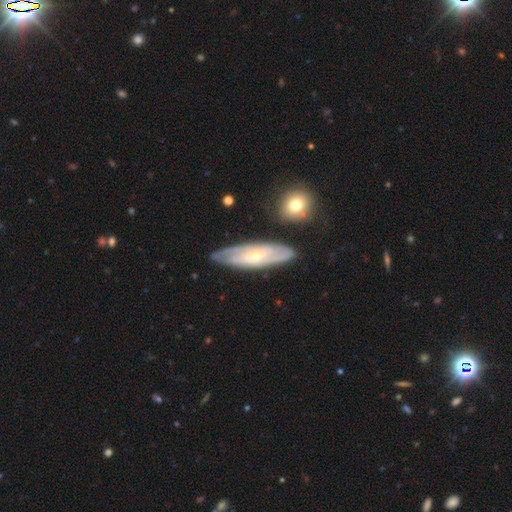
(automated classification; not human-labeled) The model was most divided on "bulge size": small: 62%, moderate: 34%, large: 2%, none: 2%, dominant: 1%. More confident: spiral arms — yes (85%); edge-on disk — no (79%); merging — none (78%); smooth or featured — featured or disk (73%); bar — no (62%).